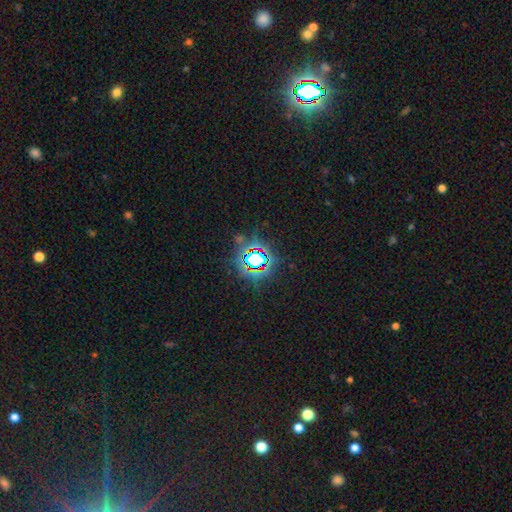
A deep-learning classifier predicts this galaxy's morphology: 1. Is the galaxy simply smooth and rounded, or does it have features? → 81% star or artifact, 12% smooth, 7% featured or disk.